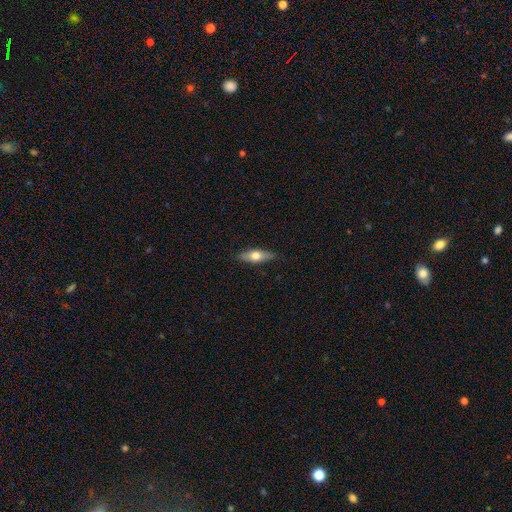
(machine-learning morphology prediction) This appears to be a smooth galaxy with no disk features (54%) that is in between round and cigar-shaped (53%). Merging: none (88%).